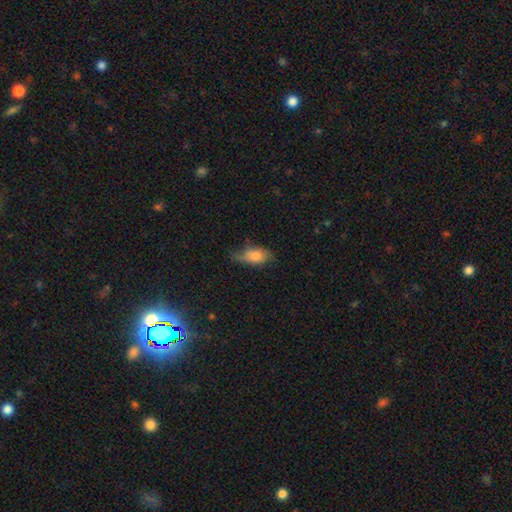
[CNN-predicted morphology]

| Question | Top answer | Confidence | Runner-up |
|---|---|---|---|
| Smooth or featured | smooth | 71% | featured or disk (21%) |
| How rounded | in between | 85% | round (8%) |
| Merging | none | 43% | minor disturbance (39%) |